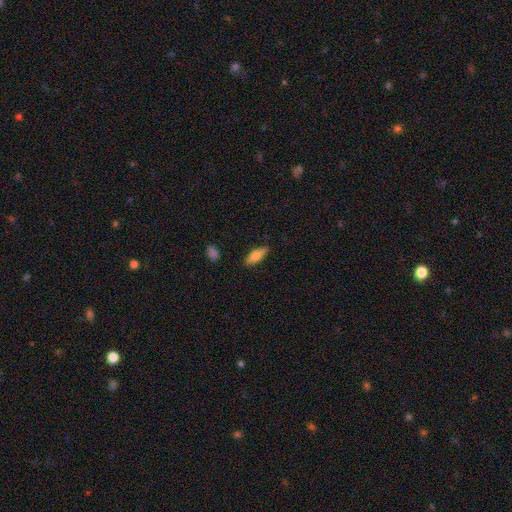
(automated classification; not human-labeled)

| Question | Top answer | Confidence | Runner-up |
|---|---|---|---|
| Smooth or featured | smooth | 70% | featured or disk (24%) |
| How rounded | in between | 60% | cigar-shaped (37%) |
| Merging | none | 84% | minor disturbance (12%) |